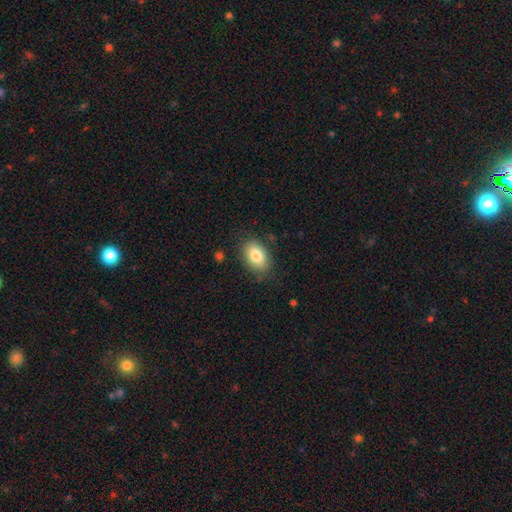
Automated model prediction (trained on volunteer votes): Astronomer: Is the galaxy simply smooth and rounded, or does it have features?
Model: smooth — 82%.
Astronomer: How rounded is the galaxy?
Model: in between — 87%.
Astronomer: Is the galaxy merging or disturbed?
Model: none — 81%.